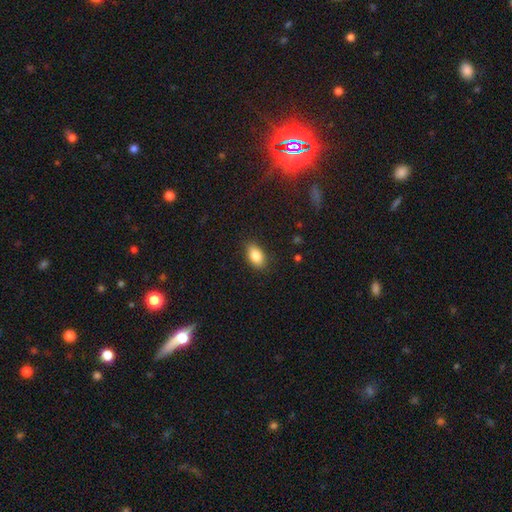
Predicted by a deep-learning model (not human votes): Smooth or featured?
  - smooth: 84% *
  - star or artifact: 8%
  - featured or disk: 8%
How rounded?
  - in between: 89% *
  - round: 8%
  - cigar-shaped: 3%
Merging?
  - none: 86% *
  - minor disturbance: 10%
  - major disturbance: 2%
  - merger: 1%